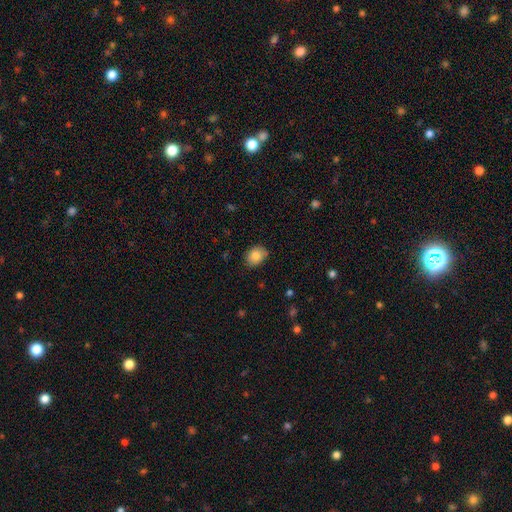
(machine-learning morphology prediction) type=smooth (84%); roundness=in between (59%); merging=none (78%).